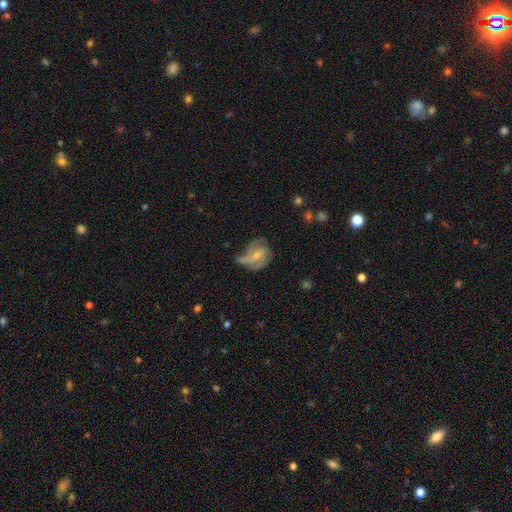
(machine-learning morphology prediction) This is likely a featured or disk galaxy (76%). It is clearly not viewed edge-on (97%). Bar: possibly no (48%). Spiral arm pattern: clearly yes (92%). Spiral arm count: possibly 3 (48%). Spiral winding: possibly medium (46%). Central bulge: possibly small (59%). Merging: possibly none (51%).